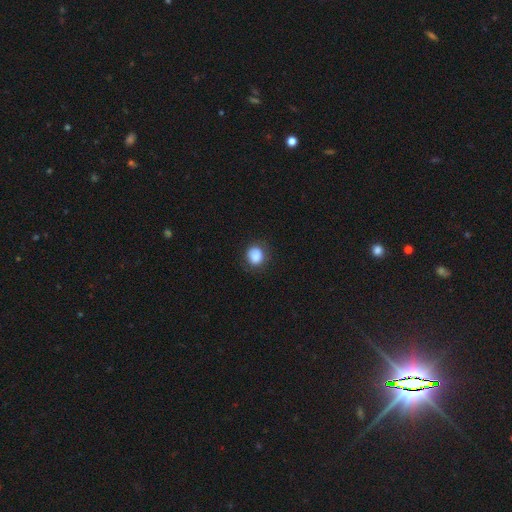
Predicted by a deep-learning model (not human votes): Smooth or featured? smooth (84%)
How rounded? round (73%)
Merging? none (75%)